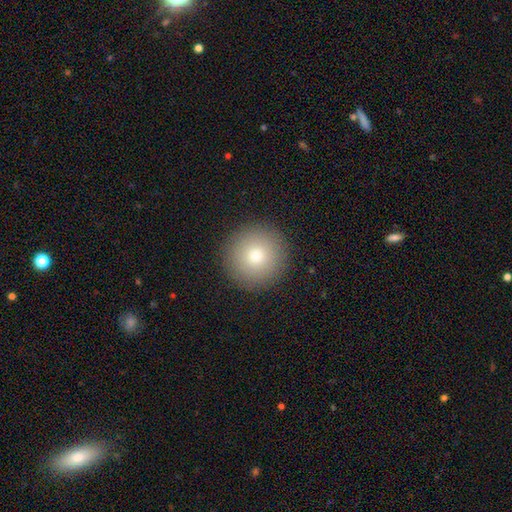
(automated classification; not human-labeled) Q: Smooth or featured?
A: smooth (79%); runner-up: star or artifact (11%)
Q: How rounded?
A: round (96%); runner-up: in between (3%)
Q: Merging?
A: none (92%); runner-up: minor disturbance (5%)